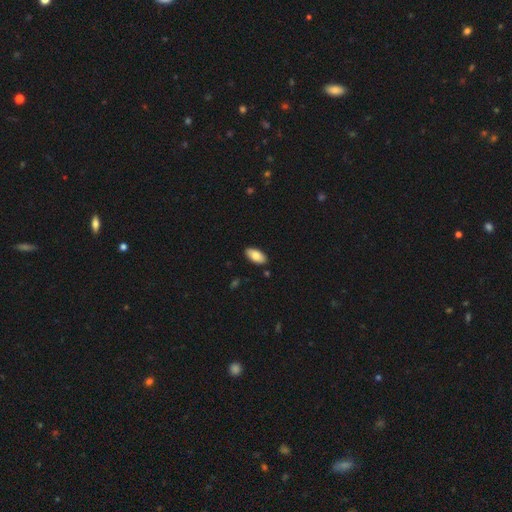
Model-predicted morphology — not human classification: Smooth or featured? Predicted: smooth (p=0.79). How rounded? Predicted: in between (p=0.94). Merging? Predicted: none (p=0.89).